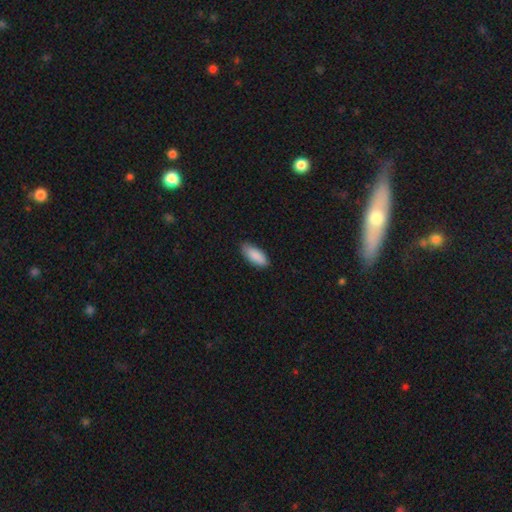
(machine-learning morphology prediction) Overall: smooth (89%). How rounded: in between (82%). Merging: none (83%).